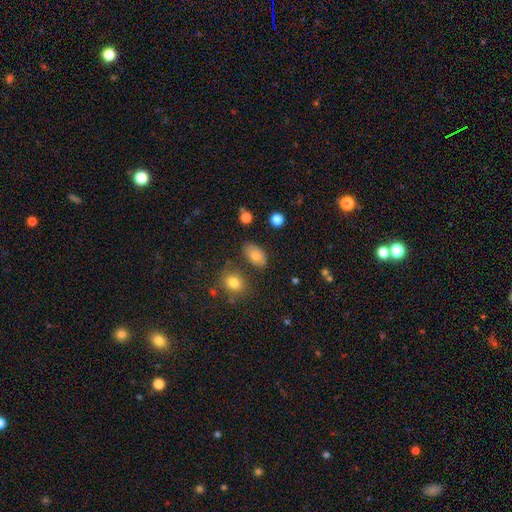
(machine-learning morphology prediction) The model was most divided on "merging": none: 78%, minor disturbance: 14%, merger: 5%, major disturbance: 4%. More confident: how rounded — in between (90%); smooth or featured — smooth (78%).